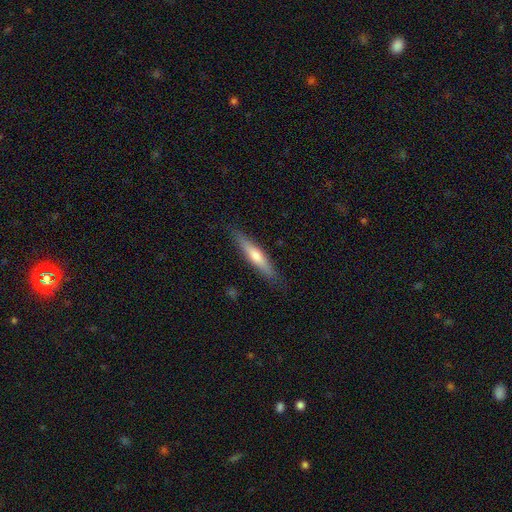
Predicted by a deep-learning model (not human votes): This appears to be a smooth galaxy with no disk features (50%) that is cigar-shaped (89%). Merging: none (87%).